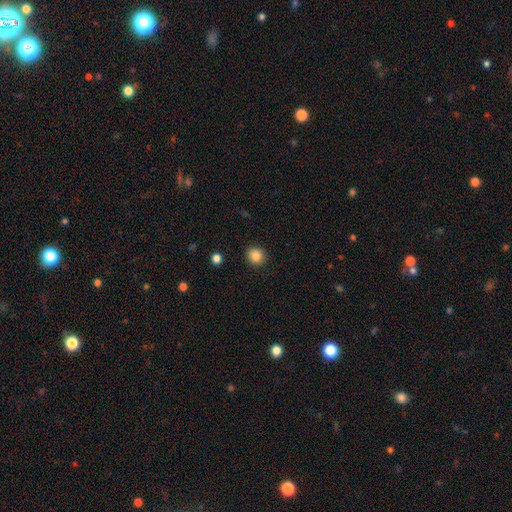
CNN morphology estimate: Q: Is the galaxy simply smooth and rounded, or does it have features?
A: smooth — 86%.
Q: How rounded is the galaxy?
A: round — 88%.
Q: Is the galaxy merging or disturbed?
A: none — 91%.